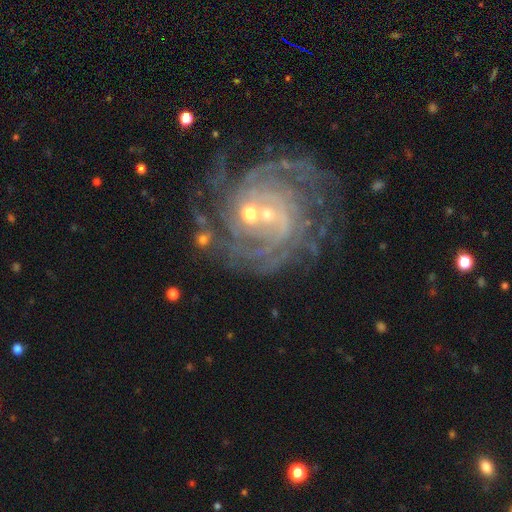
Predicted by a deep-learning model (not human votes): This is clearly a featured or disk galaxy (87%). It is clearly not viewed edge-on (97%). Bar: marginally weak (44%). Spiral arm pattern: clearly yes (97%). Spiral arm count: marginally can't tell (26%). Spiral winding: likely tight (65%). Central bulge: likely small (69%). Merging: likely none (69%).